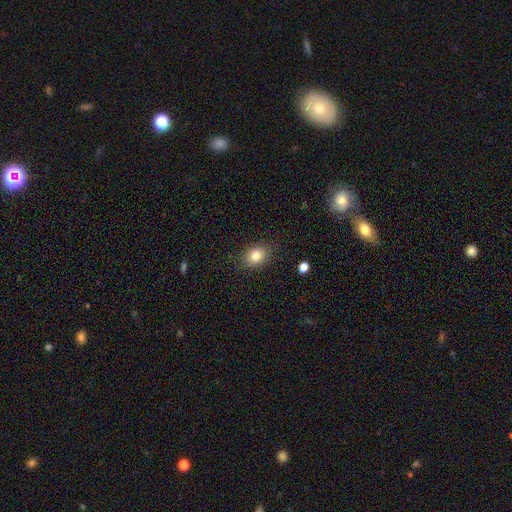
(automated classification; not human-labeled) Smooth or featured?
  - smooth: 83% *
  - star or artifact: 10%
  - featured or disk: 8%
How rounded?
  - in between: 60% *
  - round: 39%
  - cigar-shaped: 1%
Merging?
  - none: 85% *
  - minor disturbance: 11%
  - major disturbance: 3%
  - merger: 1%